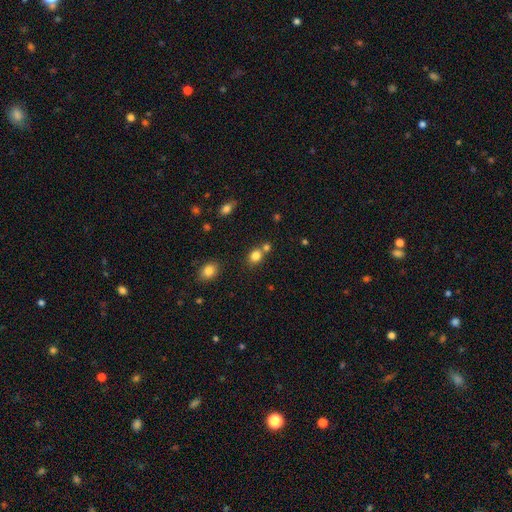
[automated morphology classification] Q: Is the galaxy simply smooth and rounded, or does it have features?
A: smooth — 82%.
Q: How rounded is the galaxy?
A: round — 64%.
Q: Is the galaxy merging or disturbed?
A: none — 57%.